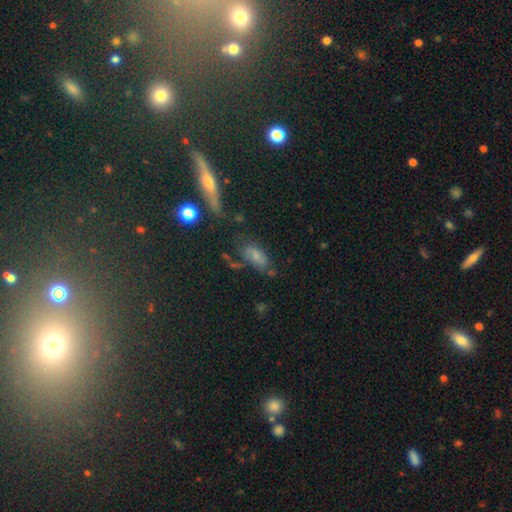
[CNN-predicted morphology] The model was most divided on "merging": none: 48%, minor disturbance: 25%, major disturbance: 16%, merger: 11%. More confident: how rounded — in between (87%); smooth or featured — smooth (60%).